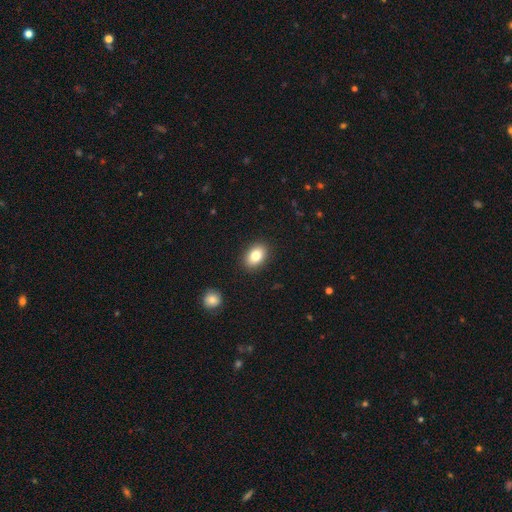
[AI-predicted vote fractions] A smooth galaxy with no disk features (83%) that is in between round and cigar-shaped (81%).

Vote fractions:
- Smooth or featured? smooth: 83% / featured or disk: 9% / star or artifact: 8%
- How rounded? in between: 81% / round: 18% / cigar-shaped: 1%
- Merging? none: 90% / minor disturbance: 7% / major disturbance: 2% / merger: 1%